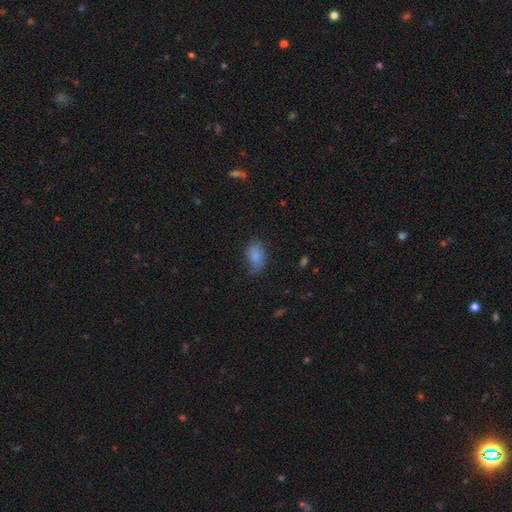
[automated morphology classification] type=smooth (82%); roundness=in between (86%); merging=none (57%).